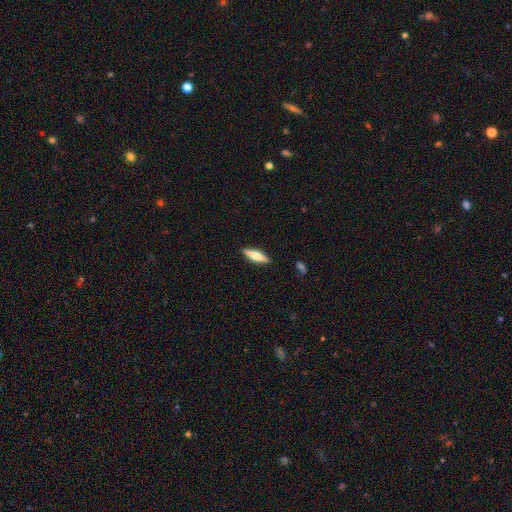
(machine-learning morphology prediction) A smooth galaxy with no disk features (60%) that is cigar-shaped (63%).

Vote fractions:
- Smooth or featured? smooth: 60% / featured or disk: 34% / star or artifact: 6%
- How rounded? cigar-shaped: 63% / in between: 35% / round: 2%
- Merging? none: 89% / minor disturbance: 8% / major disturbance: 2% / merger: 1%